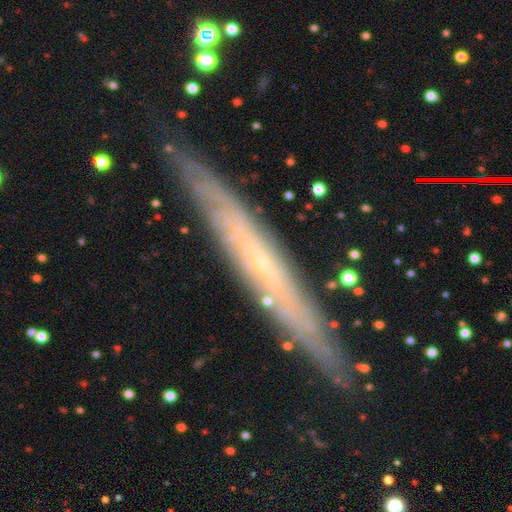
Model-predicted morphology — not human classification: smooth_or_featured: featured or disk (p=0.70) [alt: smooth p=0.20]
disk_edge_on: yes (p=0.79) [alt: no p=0.21]
edge_on_bulge: none (p=0.69) [alt: rounded p=0.28]
merging: none (p=0.87) [alt: minor disturbance p=0.10]